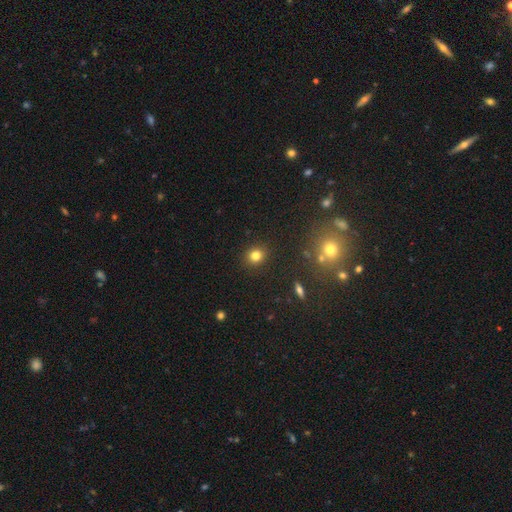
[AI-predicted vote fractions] Smooth or featured: smooth — 80% (star or artifact — 14%)
How rounded: round — 79% (in between — 20%)
Merging: none — 90% (minor disturbance — 6%)